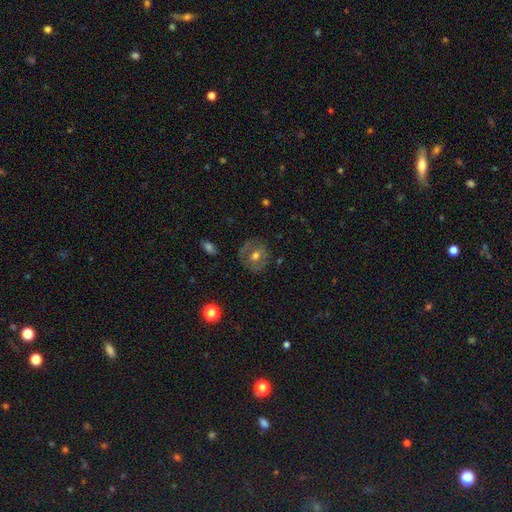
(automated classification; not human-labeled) A smooth galaxy with no disk features (49%).

Vote fractions:
- Smooth or featured? smooth: 49% / featured or disk: 43% / star or artifact: 9%
- Merging? none: 78% / minor disturbance: 14% / major disturbance: 5% / merger: 2%